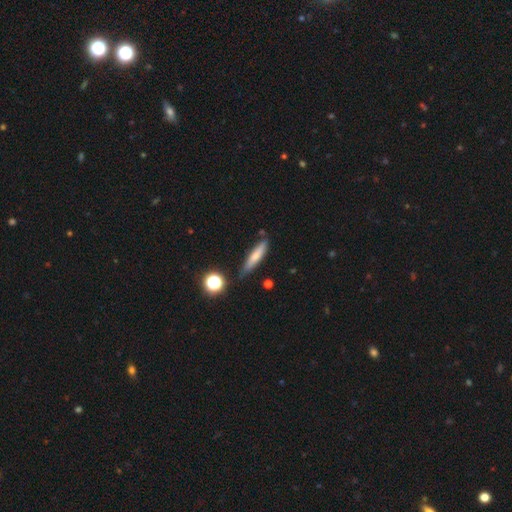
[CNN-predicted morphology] smooth 68%, featured or disk 23%, star or artifact 9%. Down the decision tree: how rounded — cigar-shaped (83%); merging — none (76%).